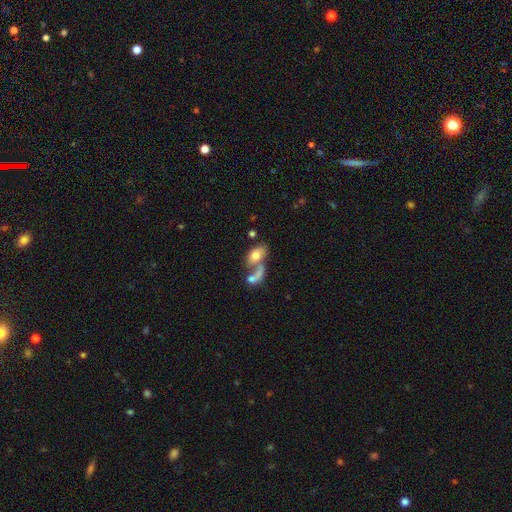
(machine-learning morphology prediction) type=smooth (66%); roundness=in between (84%); merging=merger (58%).